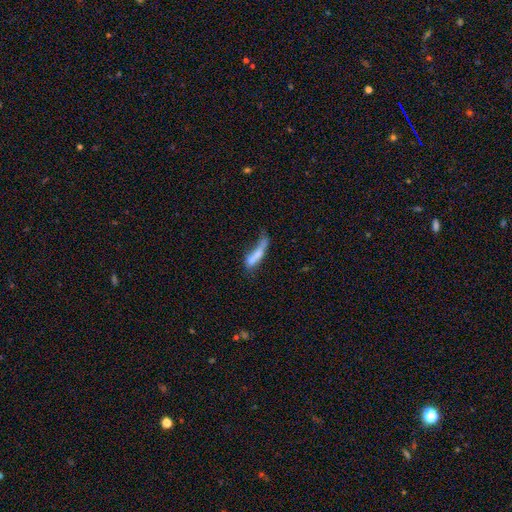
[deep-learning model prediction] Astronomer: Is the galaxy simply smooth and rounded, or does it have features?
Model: smooth — 60%.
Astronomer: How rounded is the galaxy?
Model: cigar-shaped — 64%.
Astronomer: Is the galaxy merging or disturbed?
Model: merger — 34% (runner-up: major disturbance, 24%).